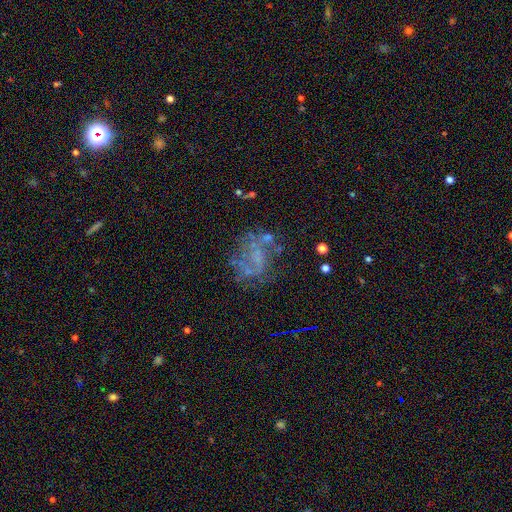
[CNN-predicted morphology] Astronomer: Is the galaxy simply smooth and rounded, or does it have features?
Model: featured or disk — 60%.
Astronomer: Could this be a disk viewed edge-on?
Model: no — 98%.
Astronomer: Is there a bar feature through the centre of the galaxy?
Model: no — 75%.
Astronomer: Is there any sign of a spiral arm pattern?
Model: no — 65%.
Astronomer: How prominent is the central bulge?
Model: none — 69%.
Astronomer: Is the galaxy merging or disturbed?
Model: none — 50%.